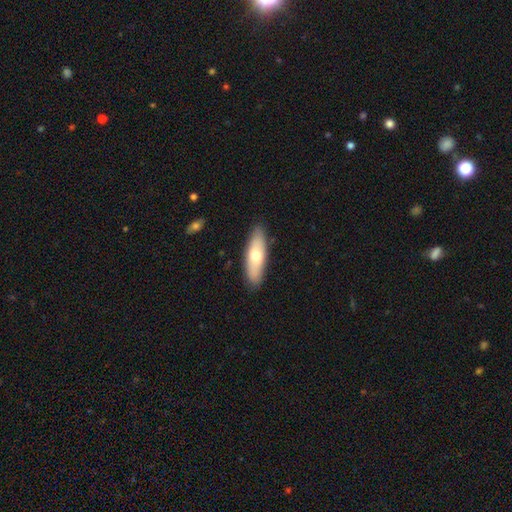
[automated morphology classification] Smooth or featured?
  - smooth: 65% *
  - featured or disk: 30%
  - star or artifact: 5%
How rounded?
  - in between: 53% *
  - cigar-shaped: 45%
  - round: 2%
Merging?
  - none: 87% *
  - minor disturbance: 10%
  - major disturbance: 2%
  - merger: 1%